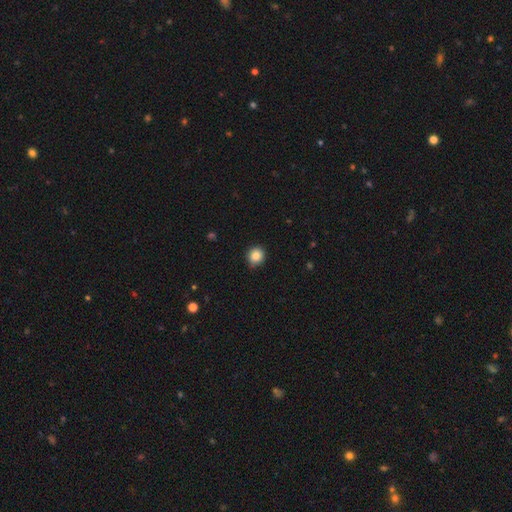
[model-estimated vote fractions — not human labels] A smooth galaxy with no disk features (84%) that is round (86%).

Vote fractions:
- Smooth or featured? smooth: 84% / star or artifact: 11% / featured or disk: 6%
- How rounded? round: 86% / in between: 13% / cigar-shaped: 1%
- Merging? none: 85% / minor disturbance: 12% / major disturbance: 2% / merger: 1%